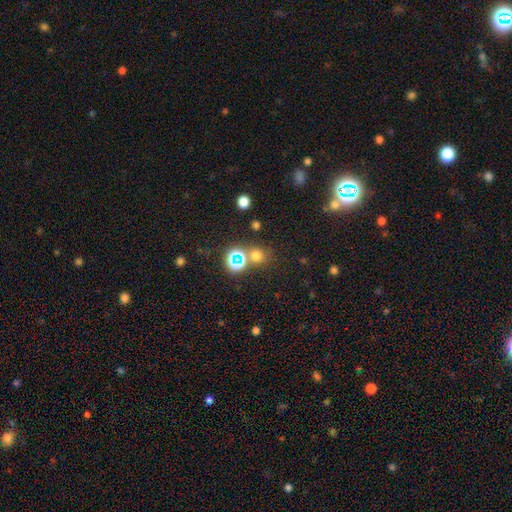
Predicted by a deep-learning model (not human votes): Q: Smooth or featured?
A: smooth (60%); runner-up: star or artifact (34%)
Q: How rounded?
A: round (88%); runner-up: in between (11%)
Q: Merging?
A: none (72%); runner-up: merger (16%)